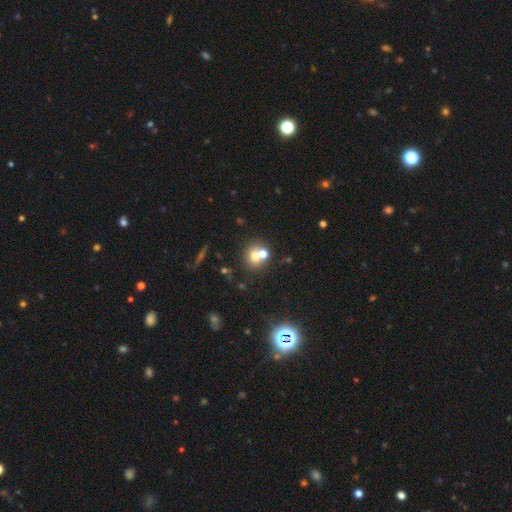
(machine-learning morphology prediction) A smooth galaxy with no disk features (64%) that is round (79%).

Vote fractions:
- Smooth or featured? smooth: 64% / featured or disk: 20% / star or artifact: 16%
- How rounded? round: 79% / in between: 20% / cigar-shaped: 1%
- Merging? none: 46% / merger: 43% / minor disturbance: 8% / major disturbance: 3%